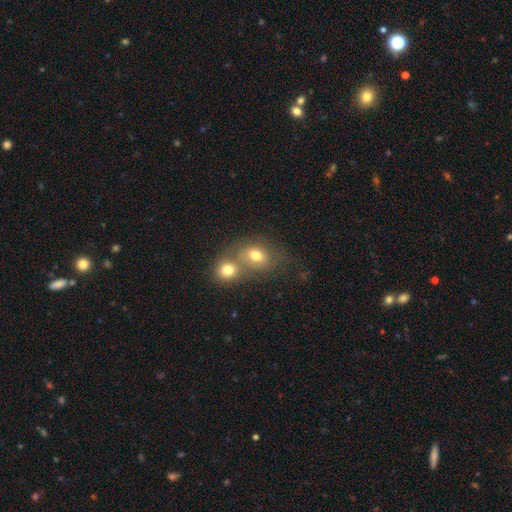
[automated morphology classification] smooth_or_featured: smooth (p=0.73) [alt: featured or disk p=0.15]
how_rounded: in between (p=0.50) [alt: round p=0.49]
merging: merger (p=0.58) [alt: none p=0.30]